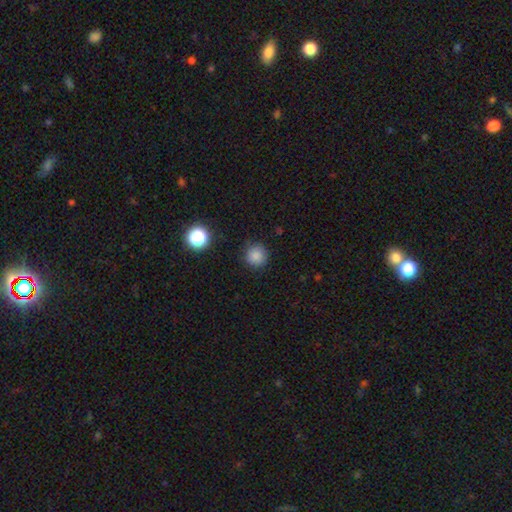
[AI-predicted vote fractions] A smooth galaxy with no disk features (84%) that is round (94%).

Vote fractions:
- Smooth or featured? smooth: 84% / star or artifact: 12% / featured or disk: 4%
- How rounded? round: 94% / in between: 5% / cigar-shaped: 1%
- Merging? none: 87% / minor disturbance: 9% / major disturbance: 3% / merger: 1%